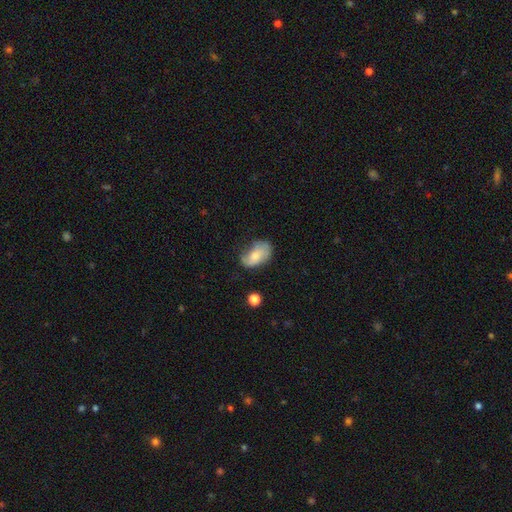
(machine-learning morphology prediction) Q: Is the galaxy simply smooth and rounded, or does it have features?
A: smooth — 63%.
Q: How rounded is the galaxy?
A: in between — 90%.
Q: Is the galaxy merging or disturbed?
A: none — 50%.